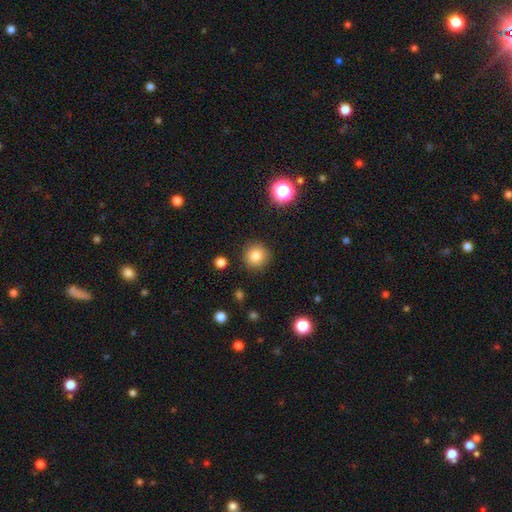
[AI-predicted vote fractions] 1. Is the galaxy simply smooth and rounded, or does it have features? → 83% smooth, 11% star or artifact, 6% featured or disk.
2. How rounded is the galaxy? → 94% round, 5% in between, 1% cigar-shaped.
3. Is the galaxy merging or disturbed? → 90% none, 6% minor disturbance, 2% major disturbance, 2% merger.